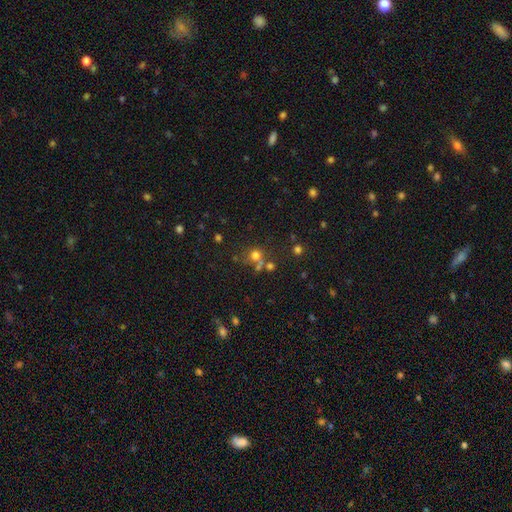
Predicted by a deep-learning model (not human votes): smooth_or_featured: smooth (p=0.67) [alt: star or artifact p=0.23]
how_rounded: round (p=0.85) [alt: in between p=0.14]
merging: none (p=0.59) [alt: merger p=0.26]